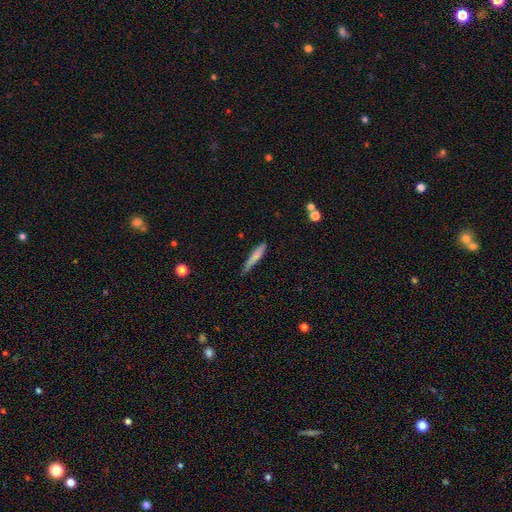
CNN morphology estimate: smooth_or_featured: smooth (p=0.76) [alt: featured or disk p=0.17]
how_rounded: cigar-shaped (p=0.90) [alt: in between p=0.08]
merging: none (p=0.73) [alt: minor disturbance p=0.21]